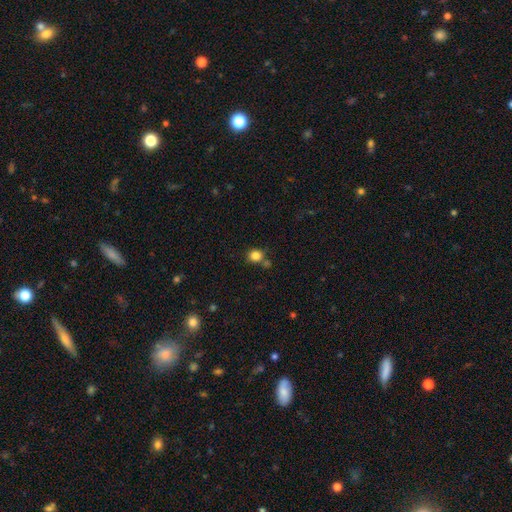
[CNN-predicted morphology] Smooth or featured? smooth (83%)
How rounded? round (81%)
Merging? none (65%)